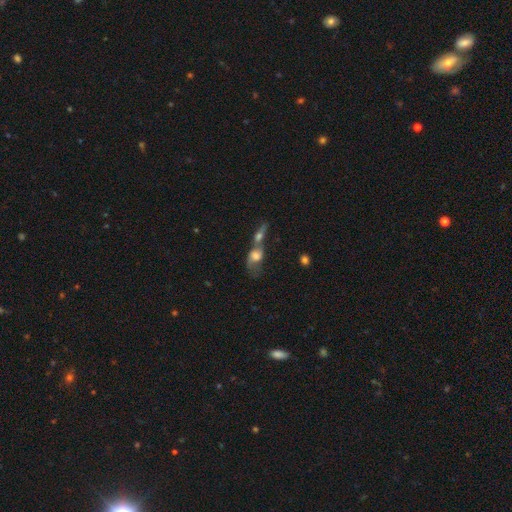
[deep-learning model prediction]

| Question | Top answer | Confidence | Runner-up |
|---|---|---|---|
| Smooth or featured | smooth | 58% | featured or disk (32%) |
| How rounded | in between | 65% | round (27%) |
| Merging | merger | 73% | none (12%) |